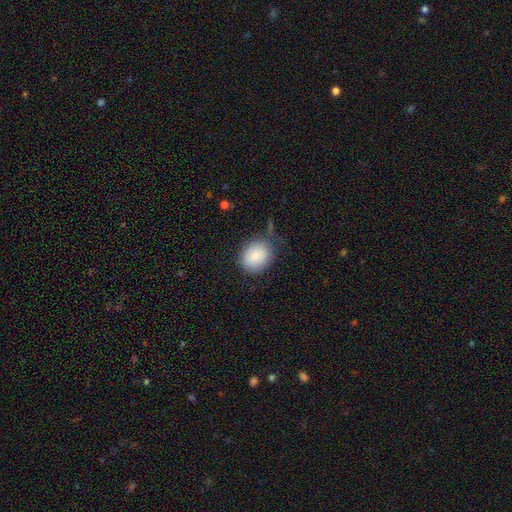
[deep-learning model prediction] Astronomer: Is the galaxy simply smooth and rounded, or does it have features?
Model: smooth — 81%.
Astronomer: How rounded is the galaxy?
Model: round — 58% (runner-up: in between, 41%).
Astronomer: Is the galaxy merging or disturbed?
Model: none — 69%.